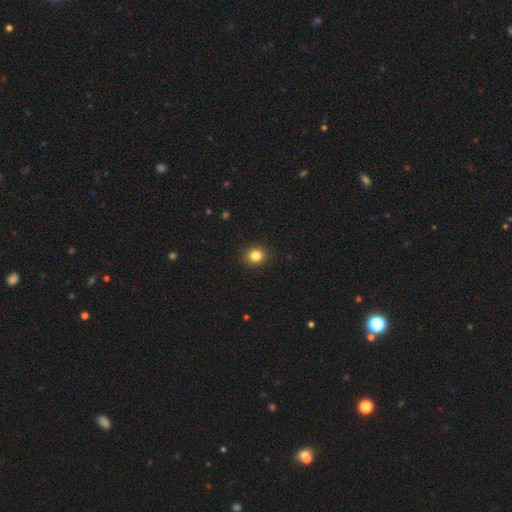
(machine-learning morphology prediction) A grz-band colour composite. It shows a smooth galaxy with no disk features (84%) that is round (75%). Merging: none (92%).